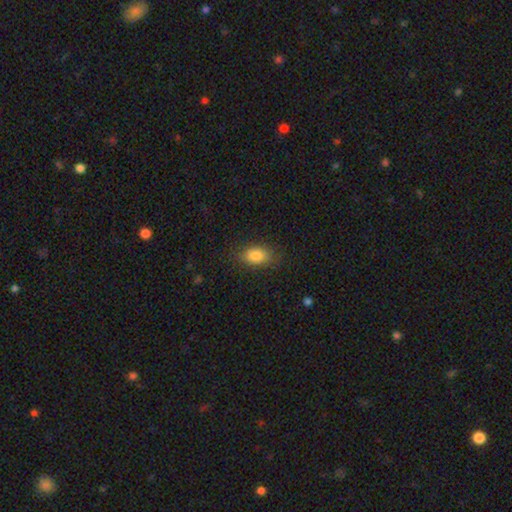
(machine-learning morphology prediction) A smooth galaxy with no disk features (85%) that is in between round and cigar-shaped (88%).

Vote fractions:
- Smooth or featured? smooth: 85% / star or artifact: 8% / featured or disk: 7%
- How rounded? in between: 88% / round: 9% / cigar-shaped: 3%
- Merging? none: 82% / minor disturbance: 13% / major disturbance: 4% / merger: 1%